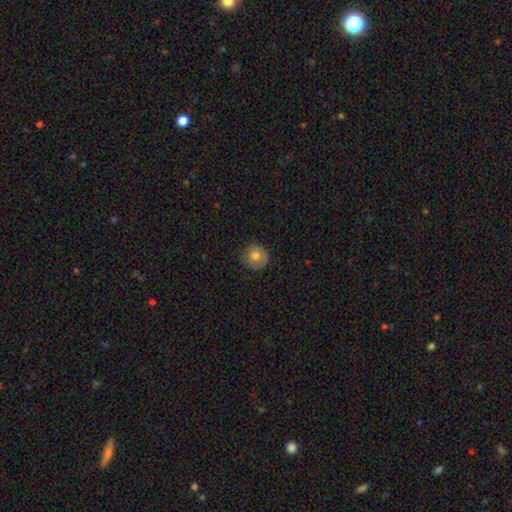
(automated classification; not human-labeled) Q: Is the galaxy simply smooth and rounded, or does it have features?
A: smooth — 68%.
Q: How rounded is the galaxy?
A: round — 89%.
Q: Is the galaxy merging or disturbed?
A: none — 78%.